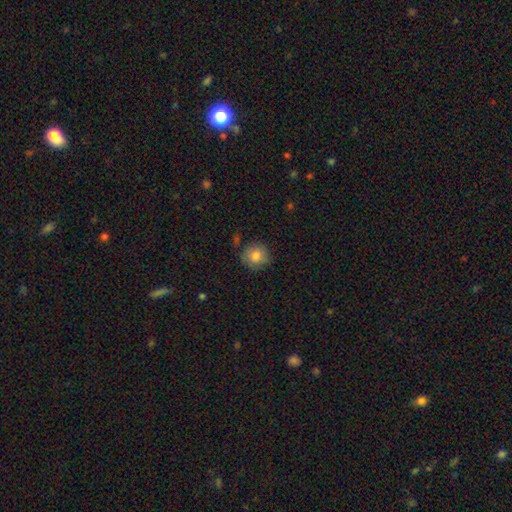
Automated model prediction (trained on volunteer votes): Morphology: type=smooth (82%); roundness=round (89%); merging=none (82%).